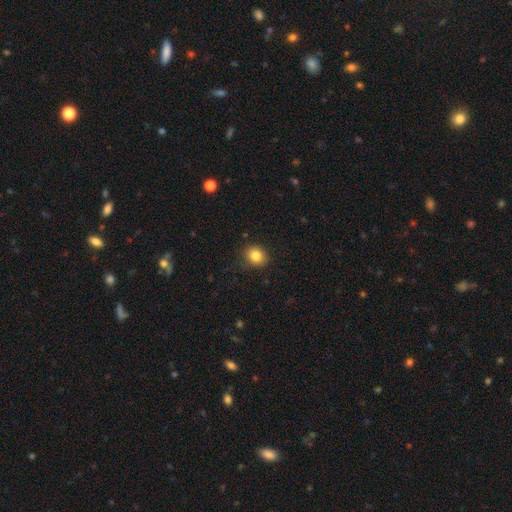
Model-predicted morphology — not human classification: smooth_or_featured: smooth (p=0.84) [alt: star or artifact p=0.10]
how_rounded: round (p=0.66) [alt: in between p=0.33]
merging: none (p=0.86) [alt: minor disturbance p=0.10]